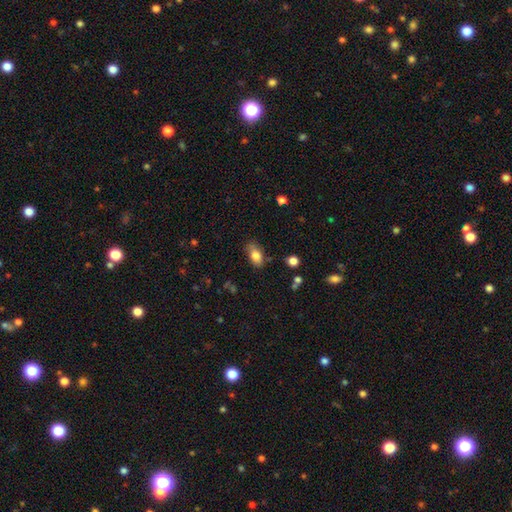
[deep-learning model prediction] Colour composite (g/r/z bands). It shows a smooth galaxy with no disk features (81%) that is in between round and cigar-shaped (89%). Merging: none (73%).